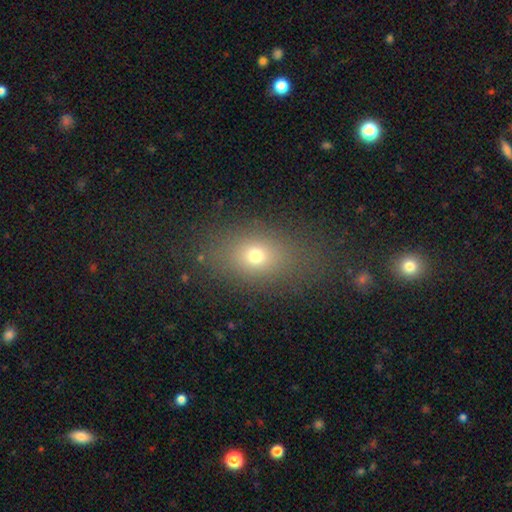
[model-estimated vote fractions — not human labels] This appears to be a smooth galaxy with no disk features (70%) that is in between round and cigar-shaped (69%). Merging: none (78%).